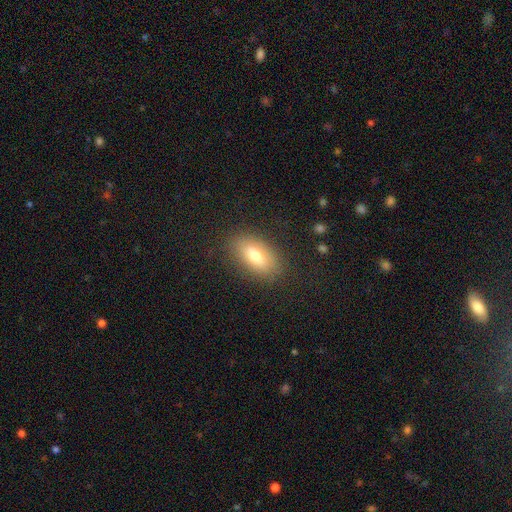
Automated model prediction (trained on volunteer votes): A smooth galaxy with no disk features (73%) that is in between round and cigar-shaped (88%).

Vote fractions:
- Smooth or featured? smooth: 73% / featured or disk: 18% / star or artifact: 8%
- How rounded? in between: 88% / cigar-shaped: 7% / round: 5%
- Merging? none: 85% / minor disturbance: 11% / major disturbance: 4% / merger: 1%